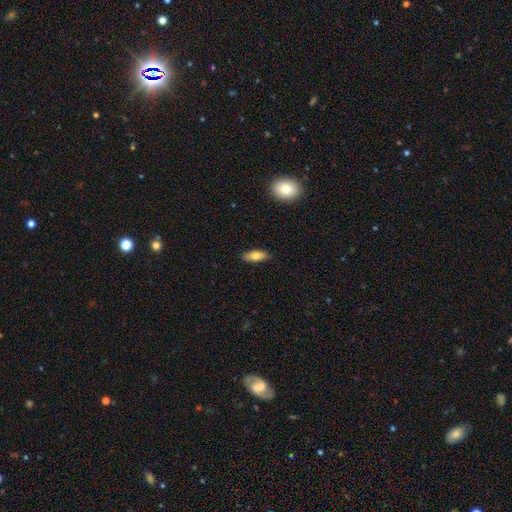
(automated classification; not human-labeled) A smooth galaxy with no disk features (73%) that is in between round and cigar-shaped (73%). Merging: none (87%).